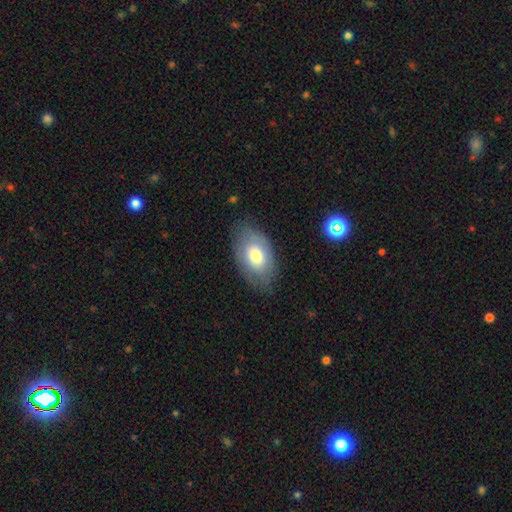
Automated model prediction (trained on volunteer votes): Smooth or featured? Predicted: smooth (p=0.68). How rounded? Predicted: in between (p=0.91). Merging? Predicted: none (p=0.75).